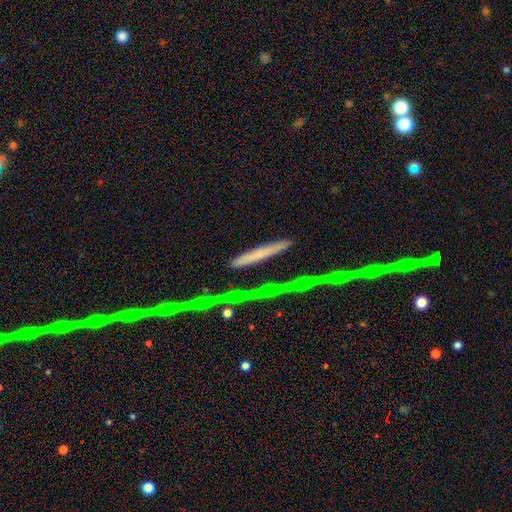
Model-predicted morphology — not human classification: This is marginally a smooth galaxy (37%). Merging: likely none (70%).